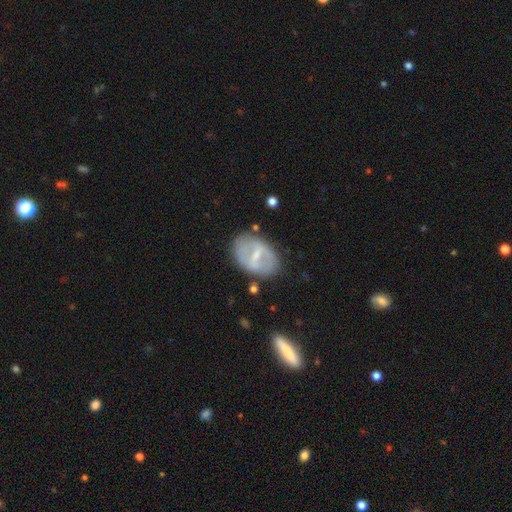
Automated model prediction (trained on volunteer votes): A featured or disk galaxy (61%) with a strong bar (55%), no spiral arms (74%) and a small central bulge (54%). Merging: none (75%).